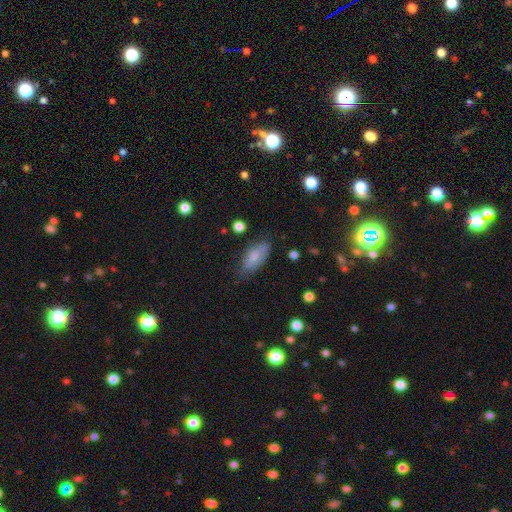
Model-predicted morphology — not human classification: Smooth or featured? Predicted: smooth (p=0.75). How rounded? Predicted: in between (p=0.83). Merging? Predicted: none (p=0.68).